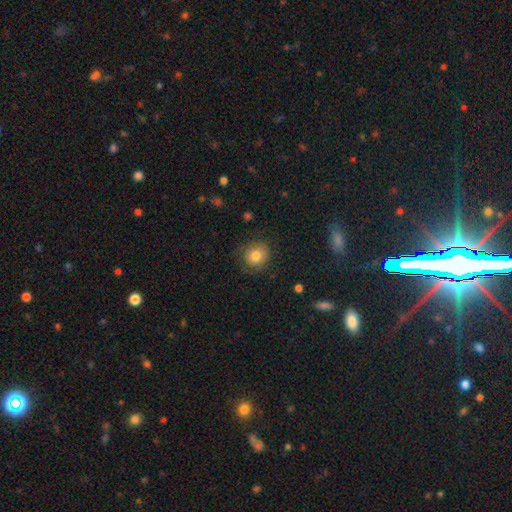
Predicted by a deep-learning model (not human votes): Morphology: type=smooth (80%); roundness=round (87%); merging=none (78%).